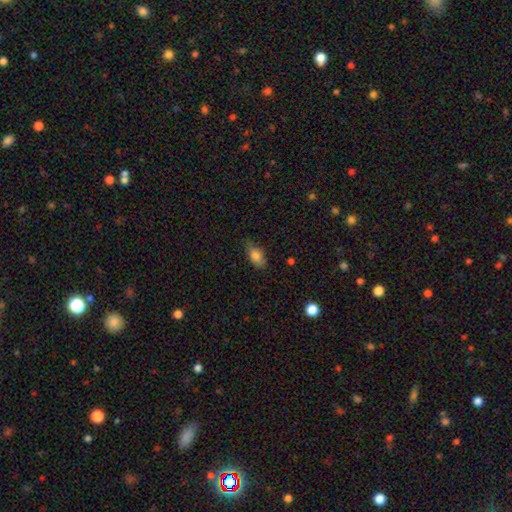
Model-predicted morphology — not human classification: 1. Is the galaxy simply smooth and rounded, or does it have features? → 79% smooth, 13% featured or disk, 8% star or artifact.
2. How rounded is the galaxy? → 86% in between, 8% cigar-shaped, 5% round.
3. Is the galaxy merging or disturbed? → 71% none, 24% minor disturbance, 4% major disturbance, 1% merger.